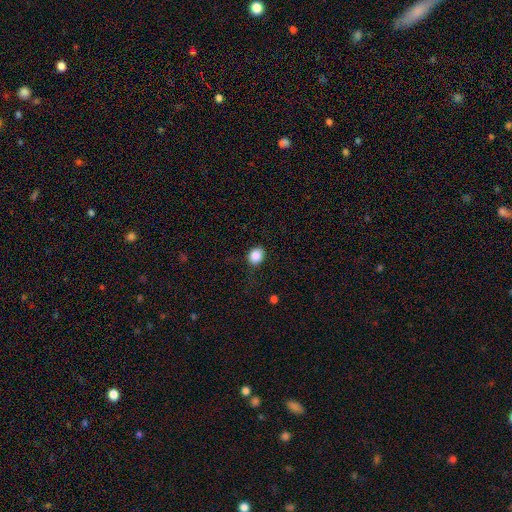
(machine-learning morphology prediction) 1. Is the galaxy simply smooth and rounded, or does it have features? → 87% smooth, 9% star or artifact, 4% featured or disk.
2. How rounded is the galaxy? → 73% round, 26% in between, 1% cigar-shaped.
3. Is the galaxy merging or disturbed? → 78% none, 16% minor disturbance, 5% major disturbance, 1% merger.